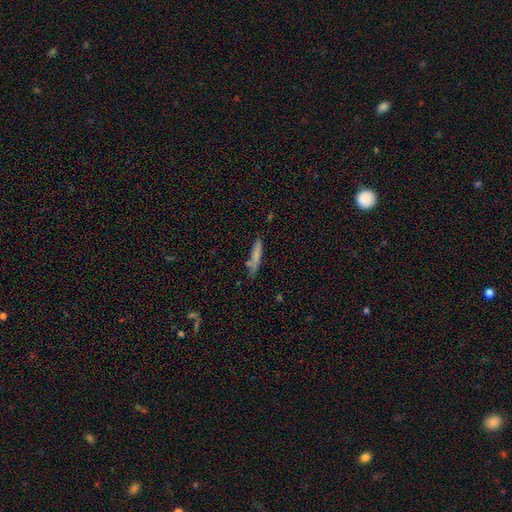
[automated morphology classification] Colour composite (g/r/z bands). It shows a smooth galaxy with no disk features (73%) that is cigar-shaped (87%). Merging: none (69%).